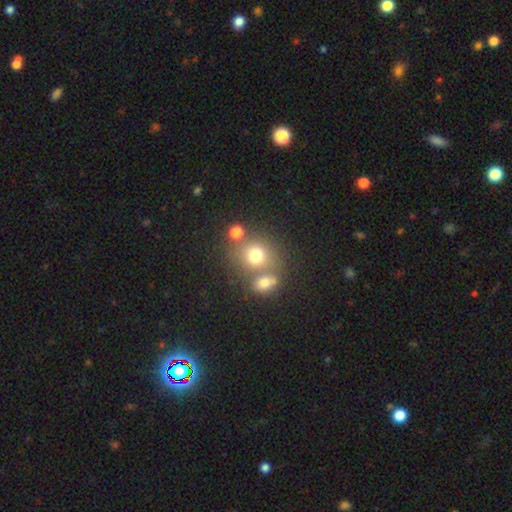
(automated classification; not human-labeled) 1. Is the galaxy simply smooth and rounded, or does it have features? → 72% smooth, 16% star or artifact, 12% featured or disk.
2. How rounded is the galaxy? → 79% round, 20% in between, 1% cigar-shaped.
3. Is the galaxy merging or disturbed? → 53% none, 34% merger, 9% minor disturbance, 4% major disturbance.